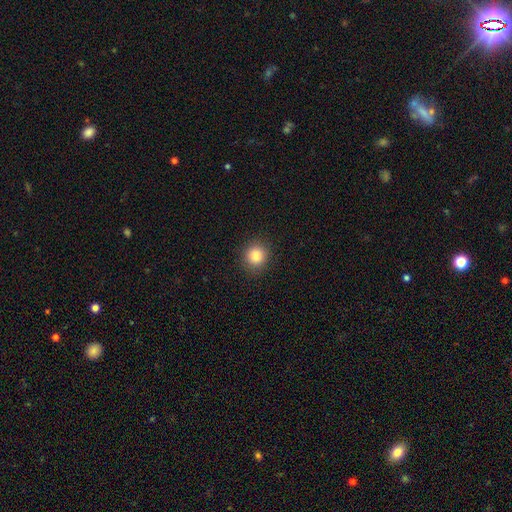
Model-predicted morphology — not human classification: This appears to be a smooth galaxy with no disk features (85%) that is round (87%). Merging: none (90%).